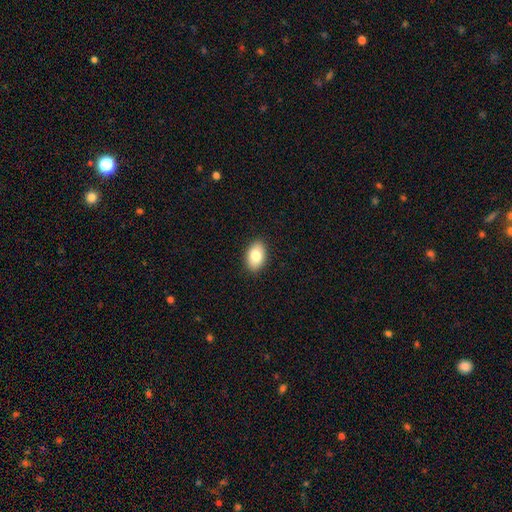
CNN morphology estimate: type=smooth (83%); roundness=in between (90%); merging=none (89%).